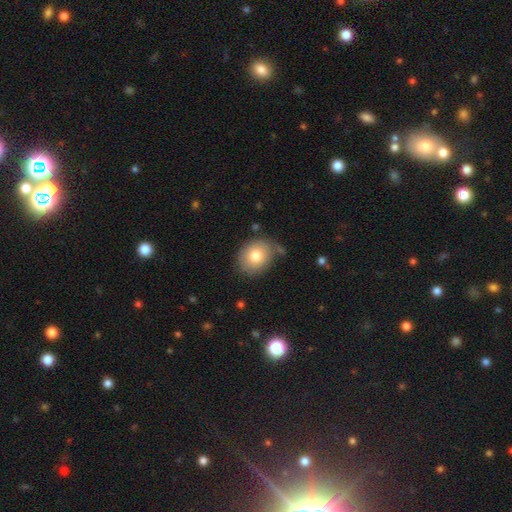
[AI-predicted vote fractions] smooth 78%, featured or disk 13%, star or artifact 9%. Down the decision tree: how rounded — round (62%); merging — none (74%).